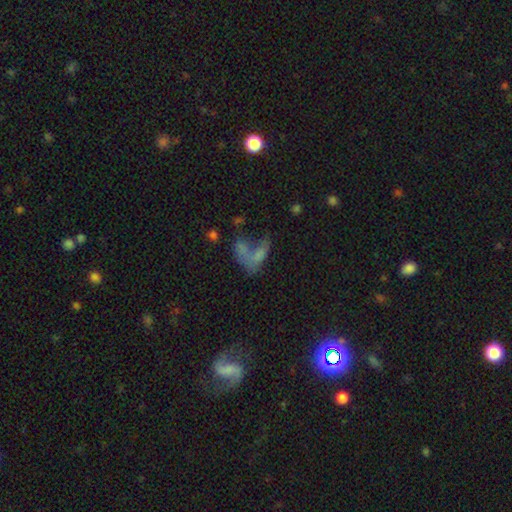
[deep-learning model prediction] Overall: smooth (54%; featured or disk 28%). How rounded: in between (80%). Merging: merger (38%; major disturbance 30%).